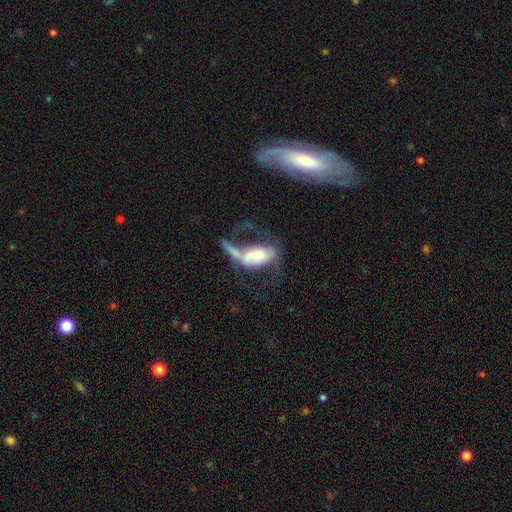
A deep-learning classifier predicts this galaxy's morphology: type=featured or disk (47%); merging=major disturbance (46%).